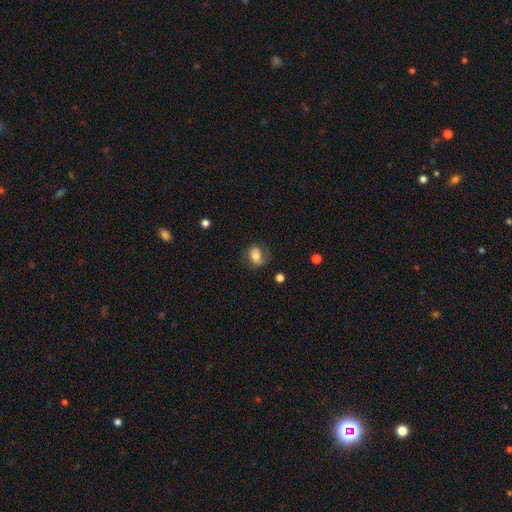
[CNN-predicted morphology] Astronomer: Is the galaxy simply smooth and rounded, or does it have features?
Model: smooth — 66%.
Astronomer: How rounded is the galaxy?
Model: in between — 67%.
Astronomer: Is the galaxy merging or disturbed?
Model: none — 61%.